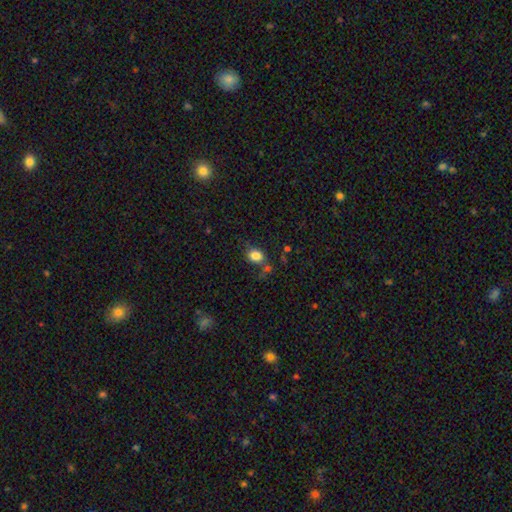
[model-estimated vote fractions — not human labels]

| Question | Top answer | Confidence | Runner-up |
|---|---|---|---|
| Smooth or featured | smooth | 82% | star or artifact (10%) |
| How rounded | round | 55% | in between (44%) |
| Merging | none | 61% | minor disturbance (19%) |